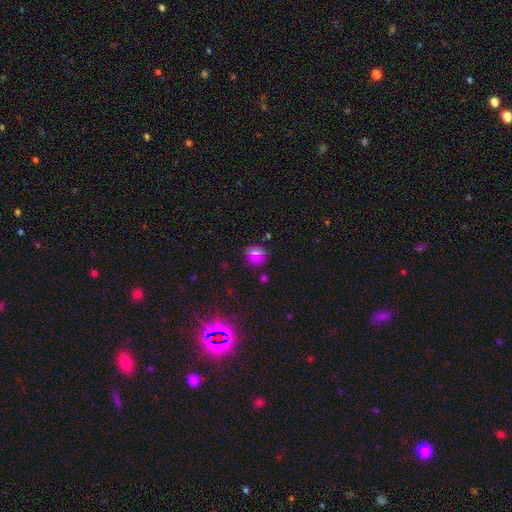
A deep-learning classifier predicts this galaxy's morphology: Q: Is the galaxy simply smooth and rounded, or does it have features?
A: smooth — 66%.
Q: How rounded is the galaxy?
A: round — 84%.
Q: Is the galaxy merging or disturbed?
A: none — 84%.